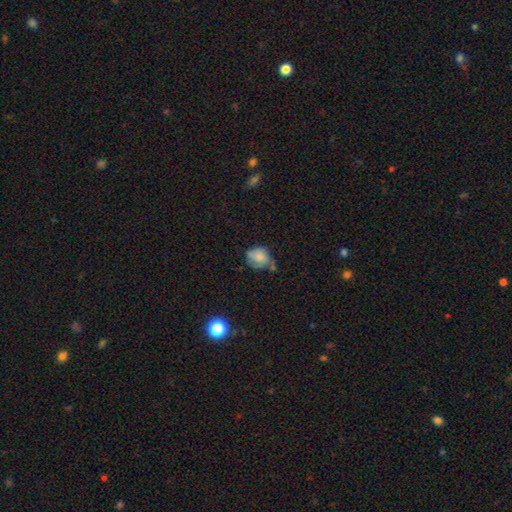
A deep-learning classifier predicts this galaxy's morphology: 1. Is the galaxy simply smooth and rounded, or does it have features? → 72% smooth, 19% featured or disk, 10% star or artifact.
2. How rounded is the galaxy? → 54% round, 45% in between, 1% cigar-shaped.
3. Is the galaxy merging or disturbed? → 37% minor disturbance, 36% none, 16% major disturbance, 11% merger.